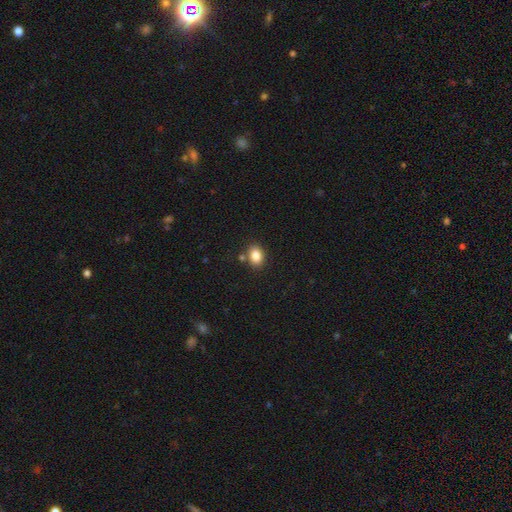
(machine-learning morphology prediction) smooth-or-featured: smooth: 85% | star or artifact: 10% | featured or disk: 6%
  how-rounded: in between: 64% | round: 35% | cigar-shaped: 1%
  merging: none: 79% | minor disturbance: 10% | merger: 8% | major disturbance: 3%